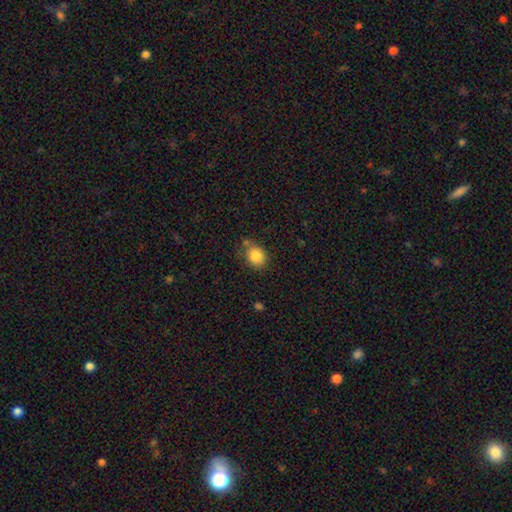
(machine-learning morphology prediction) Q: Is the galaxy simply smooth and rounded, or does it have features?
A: smooth — 85%.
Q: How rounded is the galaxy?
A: round — 61%.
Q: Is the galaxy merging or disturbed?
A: none — 68%.